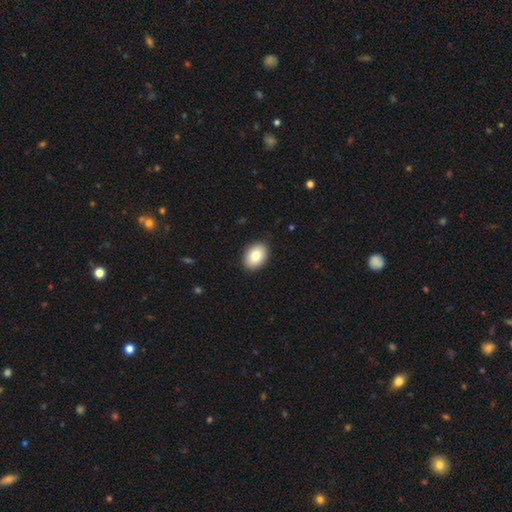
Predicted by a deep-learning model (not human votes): smooth-or-featured: smooth: 82% | featured or disk: 11% | star or artifact: 7%
  how-rounded: in between: 82% | round: 17% | cigar-shaped: 1%
  merging: none: 90% | minor disturbance: 7% | major disturbance: 2% | merger: 1%